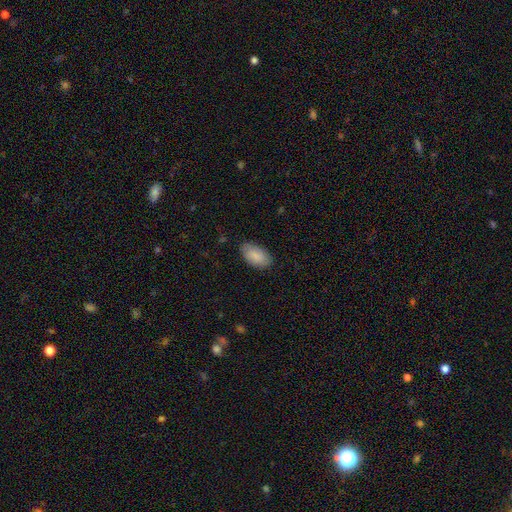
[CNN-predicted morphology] smooth-or-featured: smooth: 82% | featured or disk: 12% | star or artifact: 6%
  how-rounded: in between: 95% | round: 3% | cigar-shaped: 2%
  merging: none: 81% | minor disturbance: 15% | major disturbance: 3% | merger: 1%